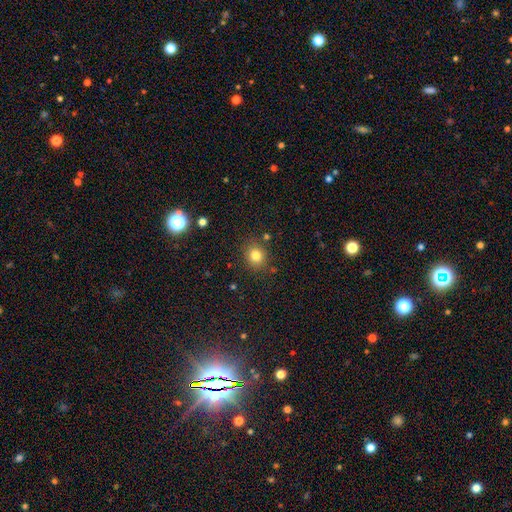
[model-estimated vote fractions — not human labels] Smooth or featured? Predicted: smooth (p=0.81). How rounded? Predicted: round (p=0.77). Merging? Predicted: none (p=0.84).